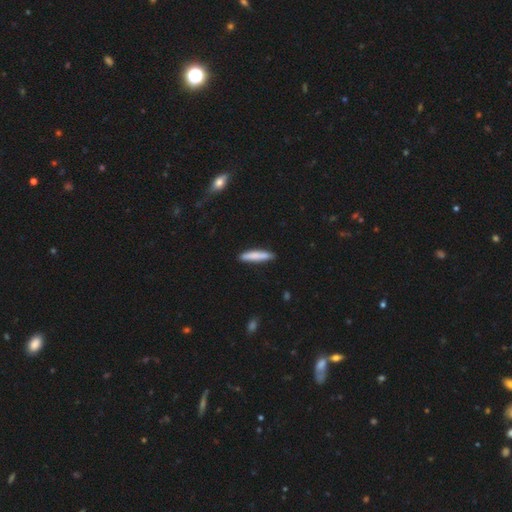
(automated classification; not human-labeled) Q: Smooth or featured?
A: smooth (81%); runner-up: featured or disk (14%)
Q: How rounded?
A: cigar-shaped (91%); runner-up: in between (8%)
Q: Merging?
A: none (88%); runner-up: minor disturbance (9%)